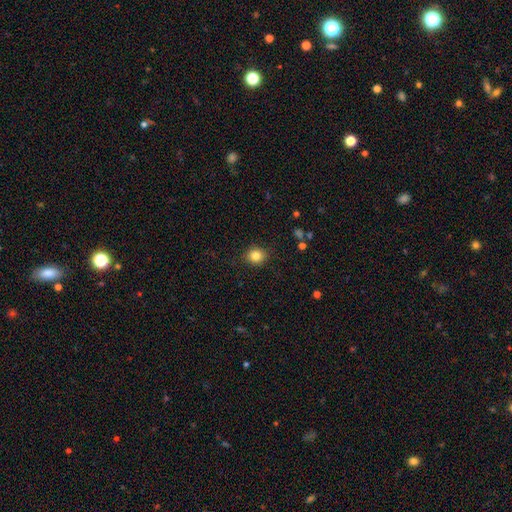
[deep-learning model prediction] smooth-or-featured: smooth: 83% | star or artifact: 11% | featured or disk: 6%
  how-rounded: round: 81% | in between: 18% | cigar-shaped: 1%
  merging: none: 89% | minor disturbance: 7% | major disturbance: 2% | merger: 1%